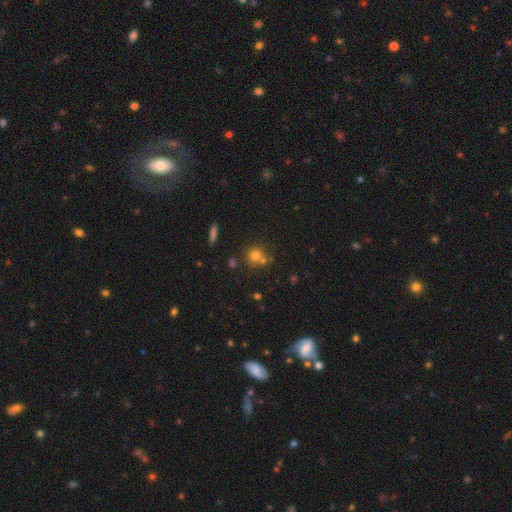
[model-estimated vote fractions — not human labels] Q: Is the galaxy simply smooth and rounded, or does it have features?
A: smooth — 69%.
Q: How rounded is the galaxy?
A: round — 87%.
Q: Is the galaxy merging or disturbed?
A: none — 55%.